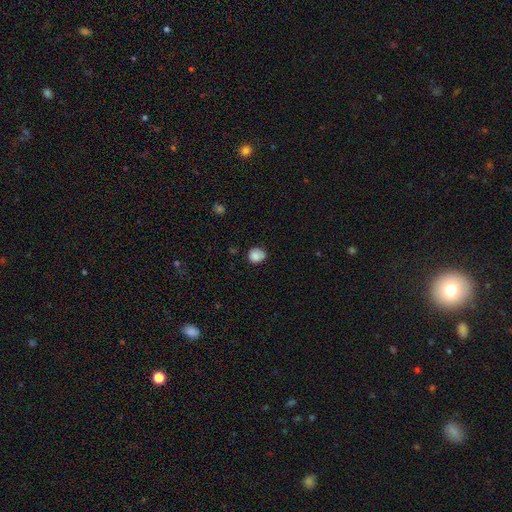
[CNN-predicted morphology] smooth_or_featured: smooth (p=0.85) [alt: star or artifact p=0.09]
how_rounded: round (p=0.73) [alt: in between p=0.26]
merging: none (p=0.70) [alt: minor disturbance p=0.23]